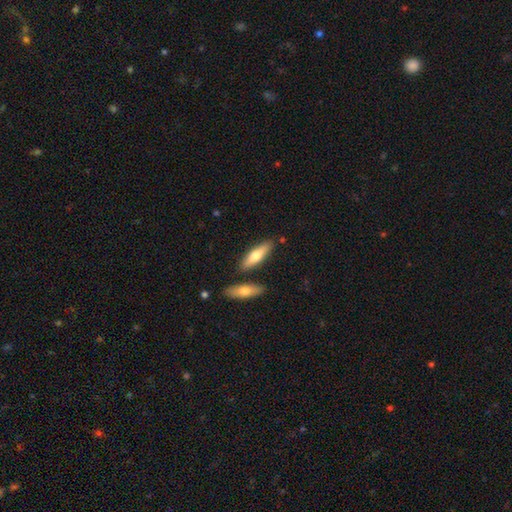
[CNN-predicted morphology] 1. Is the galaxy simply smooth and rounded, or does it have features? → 62% smooth, 32% featured or disk, 5% star or artifact.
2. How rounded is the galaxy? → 62% cigar-shaped, 36% in between, 2% round.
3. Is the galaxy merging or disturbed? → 80% none, 10% minor disturbance, 9% merger, 2% major disturbance.